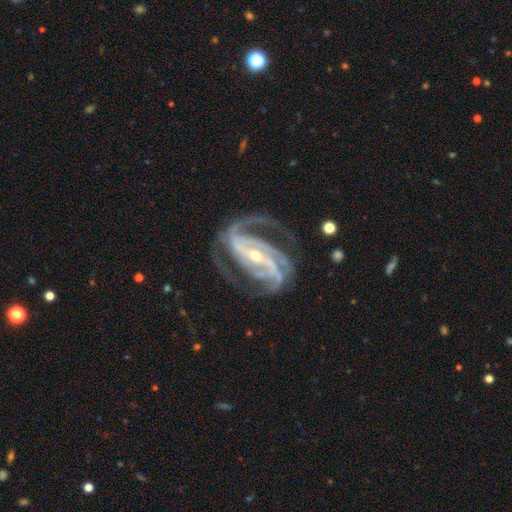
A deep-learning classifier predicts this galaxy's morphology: A featured or disk galaxy (93%) with a strong bar (64%), 3 (37%) medium (52%) spiral arms (98%) and a small central bulge (63%).

Vote fractions:
- Smooth or featured? featured or disk: 93% / star or artifact: 5% / smooth: 2%
- Edge-on disk? no: 97% / yes: 3%
- Bar? strong: 64% / weak: 24% / no: 12%
- Spiral arms? yes: 98% / no: 2%
- Spiral winding? medium: 52% / tight: 34% / loose: 14%
- Spiral arm count? 3: 37% / 2: 33% / 4: 12% / can't tell: 8% / more than 4: 5% / 1: 5%
- Bulge size? small: 63% / moderate: 34% / large: 1% / none: 1% / dominant: 1%
- Merging? none: 67% / minor disturbance: 17% / major disturbance: 14% / merger: 2%